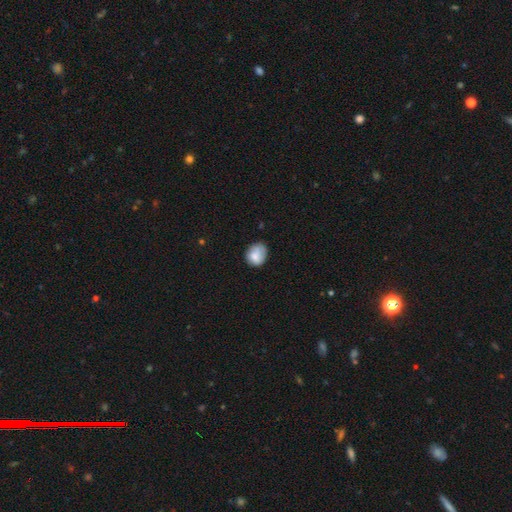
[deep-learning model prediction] Smooth or featured? smooth (79%)
How rounded? round (60%)
Merging? none (61%)